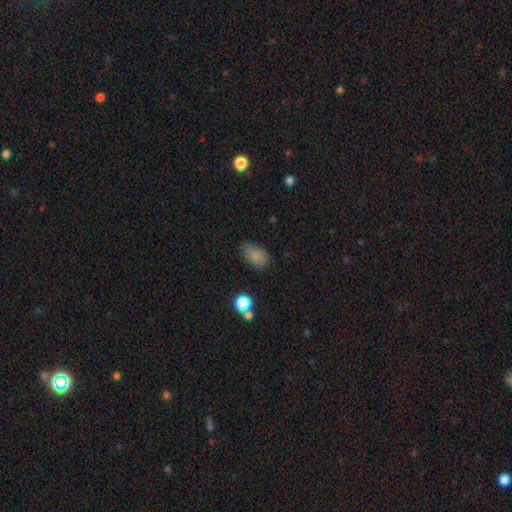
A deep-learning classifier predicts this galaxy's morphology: Q: Smooth or featured?
A: smooth (82%); runner-up: star or artifact (10%)
Q: How rounded?
A: in between (90%); runner-up: round (8%)
Q: Merging?
A: none (66%); runner-up: minor disturbance (25%)